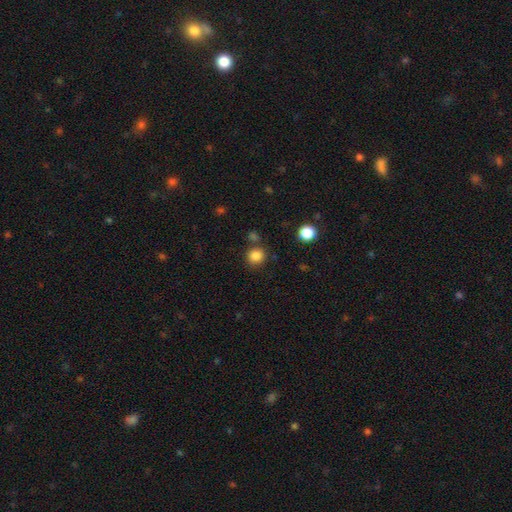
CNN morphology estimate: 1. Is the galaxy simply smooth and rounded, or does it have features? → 84% smooth, 12% star or artifact, 4% featured or disk.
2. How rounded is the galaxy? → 89% round, 10% in between, 1% cigar-shaped.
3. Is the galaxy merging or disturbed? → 81% none, 8% minor disturbance, 7% merger, 3% major disturbance.